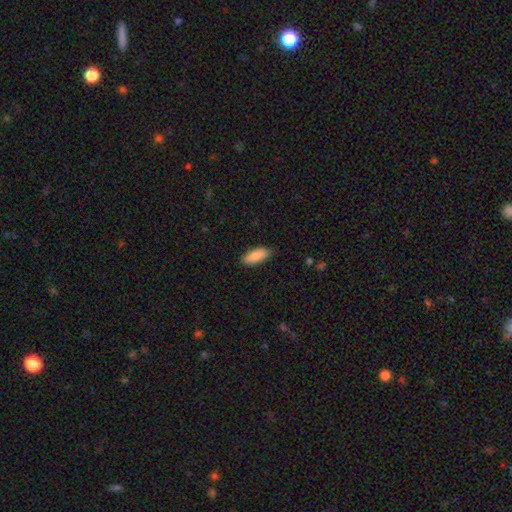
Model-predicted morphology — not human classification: A smooth galaxy with no disk features (88%) that is in between round and cigar-shaped (80%). Merging: none (85%).